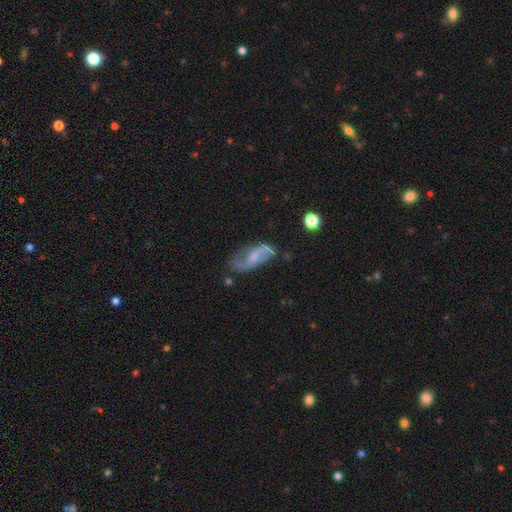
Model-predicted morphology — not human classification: This appears to be a featured or disk galaxy (73%) with a weak bar (45%), 2 (86%) loose (66%) spiral arms (87%) and a small central bulge (48%). Merging: none (58%).